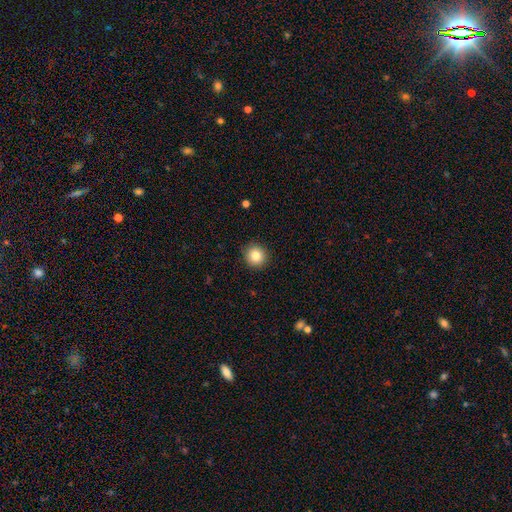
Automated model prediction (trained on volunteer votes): smooth-or-featured: smooth: 84% | star or artifact: 10% | featured or disk: 6%
  how-rounded: round: 93% | in between: 6% | cigar-shaped: 1%
  merging: none: 92% | minor disturbance: 6% | major disturbance: 2% | merger: 1%